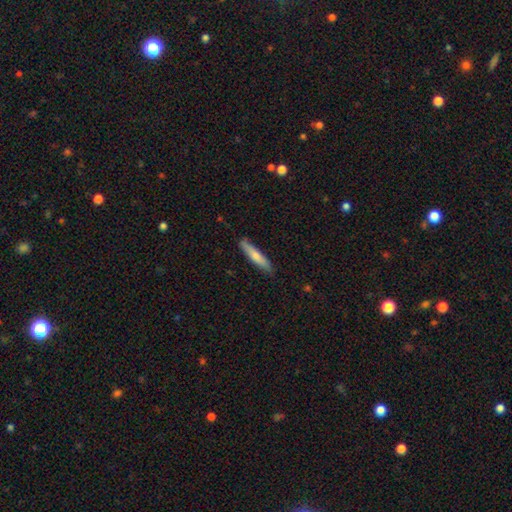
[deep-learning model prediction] This is likely a smooth galaxy (72%). How rounded: clearly cigar-shaped (87%). Merging: clearly none (85%).